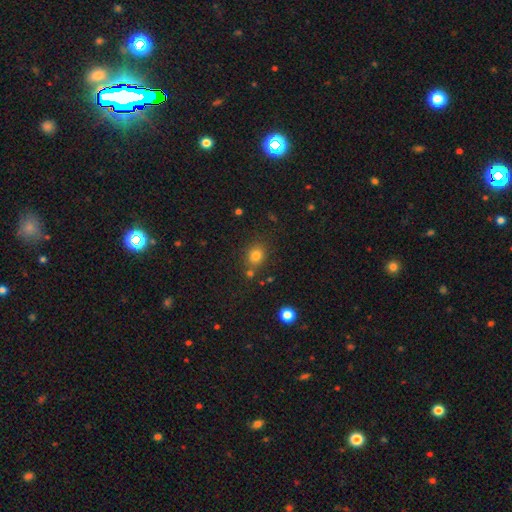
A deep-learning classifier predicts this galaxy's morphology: Smooth or featured? smooth (80%)
How rounded? round (63%)
Merging? none (73%)